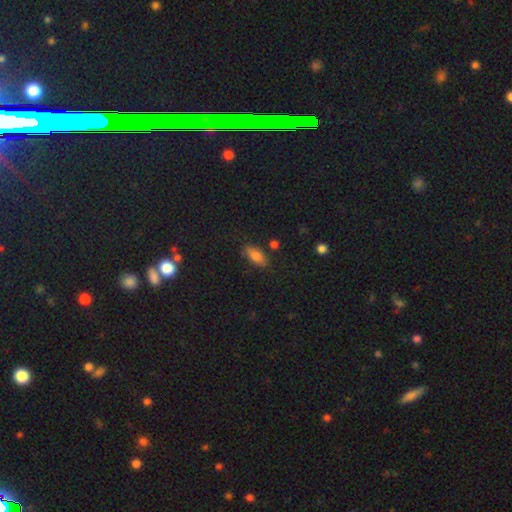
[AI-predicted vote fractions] Smooth or featured? Predicted: smooth (p=0.81). How rounded? Predicted: in between (p=0.86). Merging? Predicted: none (p=0.77).